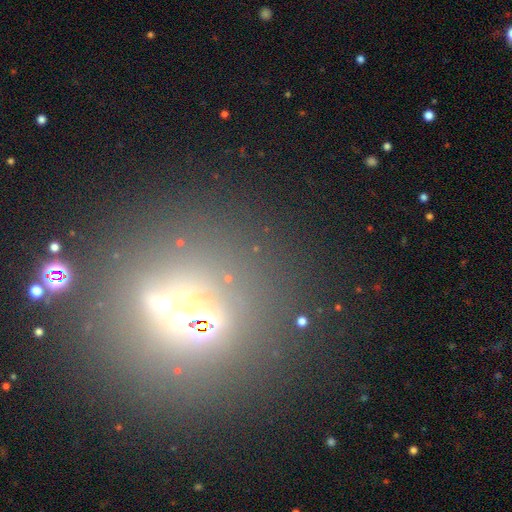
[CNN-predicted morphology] Smooth or featured: featured or disk — 48% (star or artifact — 37%)
Merging: none — 80% (minor disturbance — 9%)